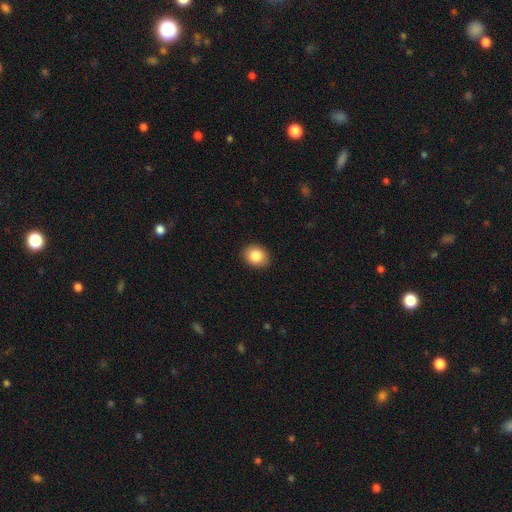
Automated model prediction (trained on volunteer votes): Overall: smooth (85%). How rounded: round (57%; in between 42%). Merging: none (91%).